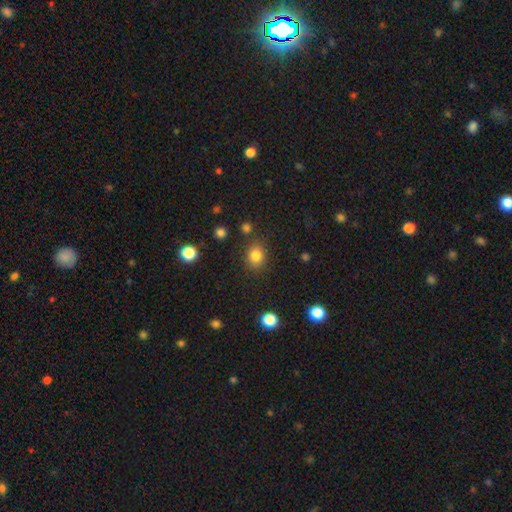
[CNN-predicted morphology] Smooth or featured?
  - smooth: 82% *
  - star or artifact: 12%
  - featured or disk: 5%
How rounded?
  - round: 64% *
  - in between: 35%
  - cigar-shaped: 1%
Merging?
  - none: 82% *
  - minor disturbance: 11%
  - merger: 4%
  - major disturbance: 4%